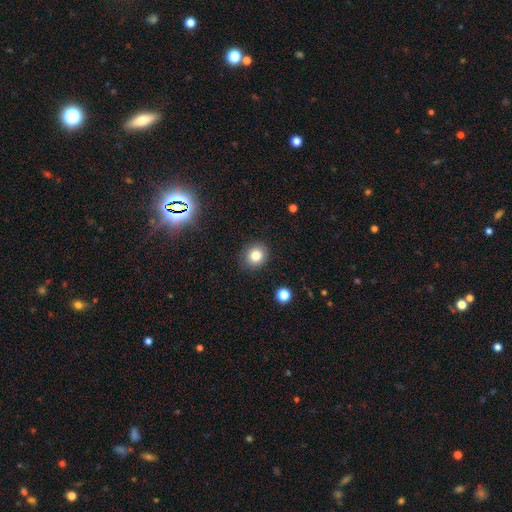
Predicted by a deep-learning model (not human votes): Morphology: type=smooth (81%); roundness=round (81%); merging=none (89%).